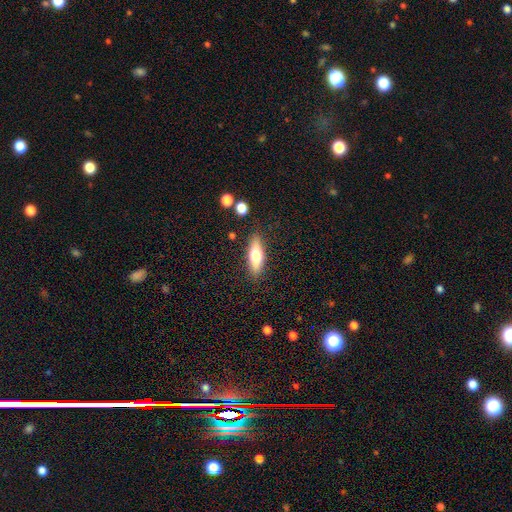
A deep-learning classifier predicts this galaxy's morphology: Smooth or featured: smooth — 65% (featured or disk — 28%)
How rounded: in between — 52% (cigar-shaped — 45%)
Merging: none — 85% (minor disturbance — 10%)